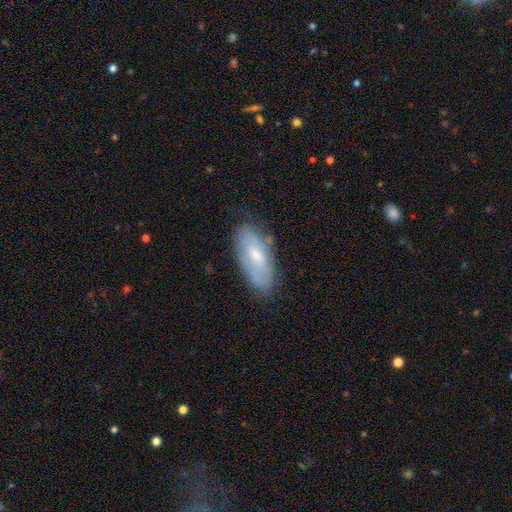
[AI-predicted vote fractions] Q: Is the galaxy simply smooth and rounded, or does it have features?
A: smooth — 56%.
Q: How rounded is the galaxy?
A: in between — 85%.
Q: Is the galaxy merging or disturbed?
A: none — 72%.